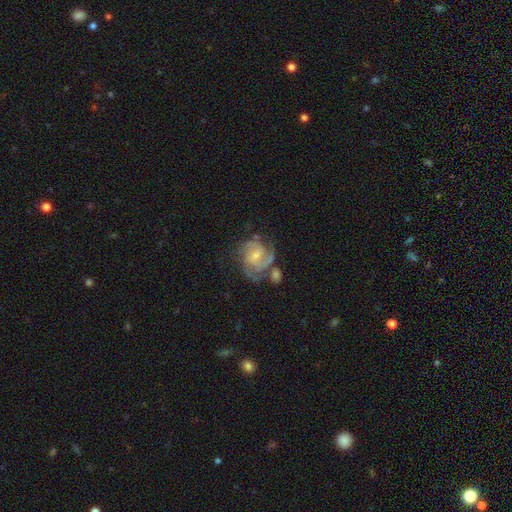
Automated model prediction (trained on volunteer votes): featured or disk 85%, smooth 9%, star or artifact 7%. Down the decision tree: edge-on disk — no (98%); bar — no (49%); spiral arms — yes (95%); spiral arm count — 2 (32%, tied with 3); spiral winding — tight (52%); bulge size — small (59%); merging — none (52%).